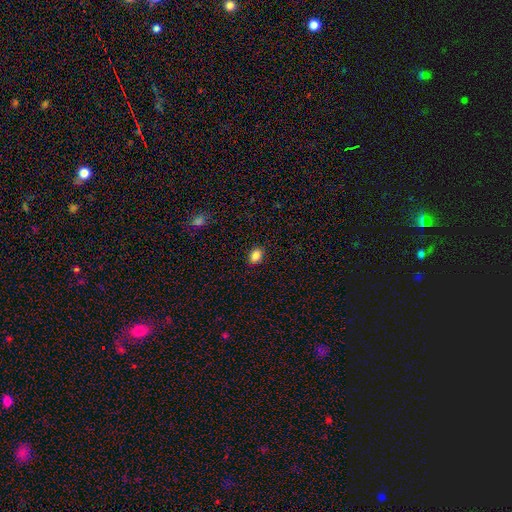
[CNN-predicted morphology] Smooth or featured? Predicted: smooth (p=0.86). How rounded? Predicted: in between (p=0.69). Merging? Predicted: none (p=0.89).